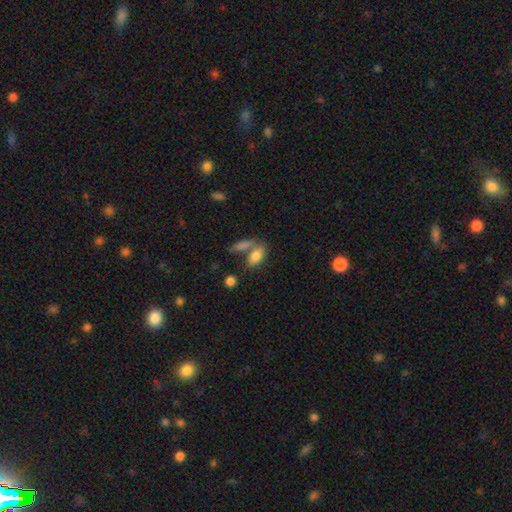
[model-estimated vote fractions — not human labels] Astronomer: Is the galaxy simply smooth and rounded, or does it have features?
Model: smooth — 79%.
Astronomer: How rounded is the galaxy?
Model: in between — 86%.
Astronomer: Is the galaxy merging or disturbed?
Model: none — 42% (runner-up: merger, 40%).